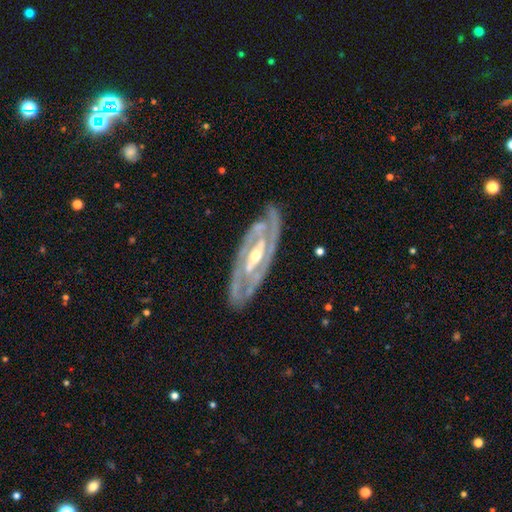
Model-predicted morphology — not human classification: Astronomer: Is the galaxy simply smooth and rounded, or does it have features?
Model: featured or disk — 90%.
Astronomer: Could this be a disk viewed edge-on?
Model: no — 89%.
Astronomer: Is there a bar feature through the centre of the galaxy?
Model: strong — 43% (runner-up: weak, 31%).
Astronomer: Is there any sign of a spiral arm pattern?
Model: yes — 91%.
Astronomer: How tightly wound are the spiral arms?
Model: tight — 58% (runner-up: medium, 34%).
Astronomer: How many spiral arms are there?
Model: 2 — 76%.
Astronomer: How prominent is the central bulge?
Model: moderate — 58% (runner-up: small, 37%).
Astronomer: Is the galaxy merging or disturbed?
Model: none — 80%.